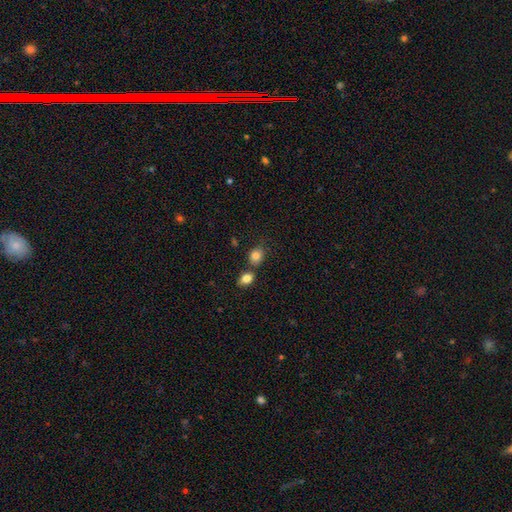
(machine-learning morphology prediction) The model was most divided on "how rounded": round: 52%, in between: 47%, cigar-shaped: 1%. More confident: smooth or featured — smooth (84%); merging — none (61%).